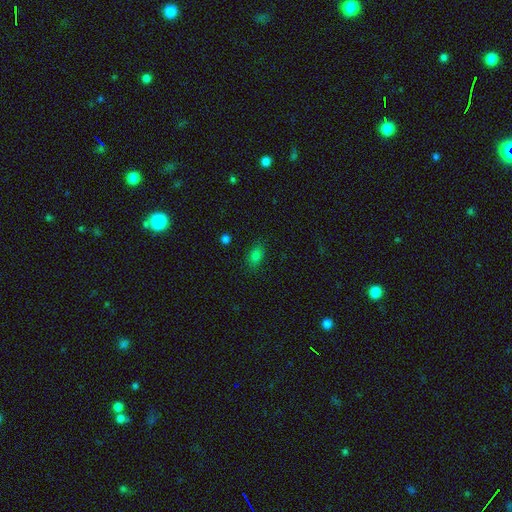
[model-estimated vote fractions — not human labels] Smooth or featured?
  - smooth: 80% *
  - star or artifact: 14%
  - featured or disk: 6%
How rounded?
  - in between: 83% *
  - round: 14%
  - cigar-shaped: 3%
Merging?
  - none: 81% *
  - minor disturbance: 14%
  - major disturbance: 4%
  - merger: 2%